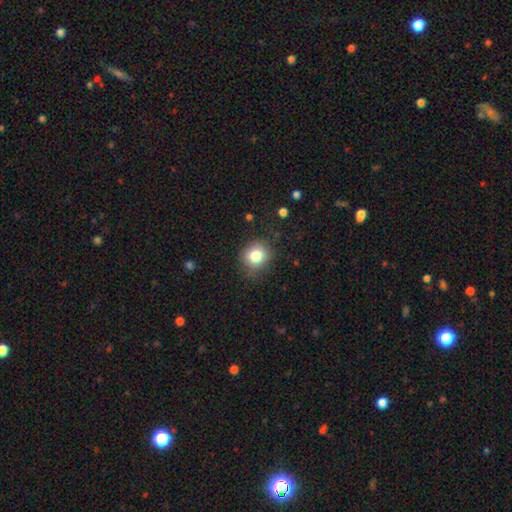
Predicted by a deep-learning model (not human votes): This appears to be a smooth galaxy with no disk features (81%) that is round (80%). Merging: none (81%).